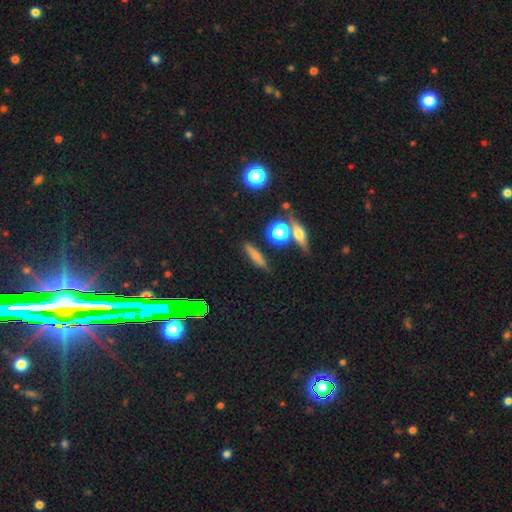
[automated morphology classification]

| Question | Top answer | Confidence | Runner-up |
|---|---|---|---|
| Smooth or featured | smooth | 60% | featured or disk (24%) |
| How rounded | cigar-shaped | 66% | in between (23%) |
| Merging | none | 80% | minor disturbance (11%) |